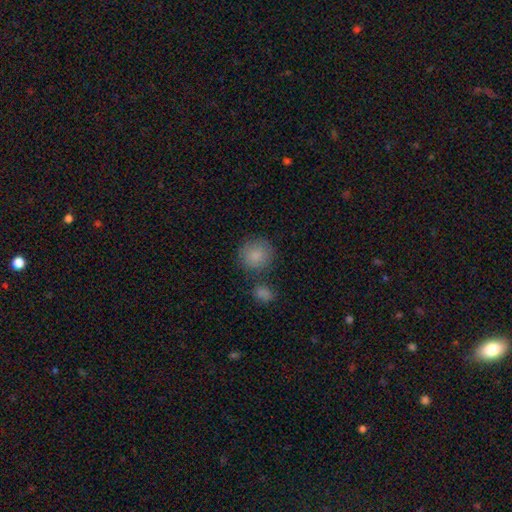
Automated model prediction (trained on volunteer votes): Smooth or featured: smooth — 87% (star or artifact — 8%)
How rounded: round — 88% (in between — 11%)
Merging: none — 72% (merger — 12%)